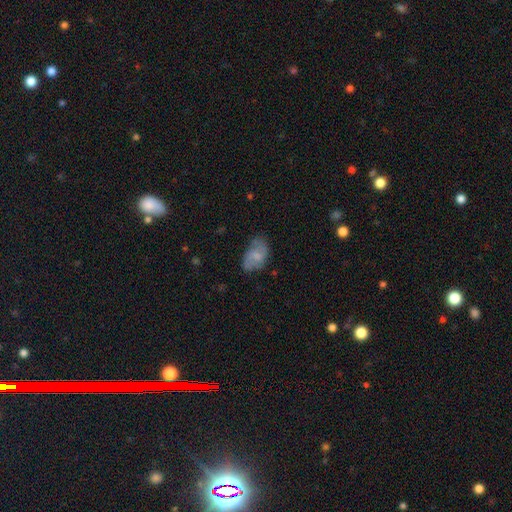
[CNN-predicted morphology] type=smooth (52%); roundness=in between (90%); merging=none (56%).